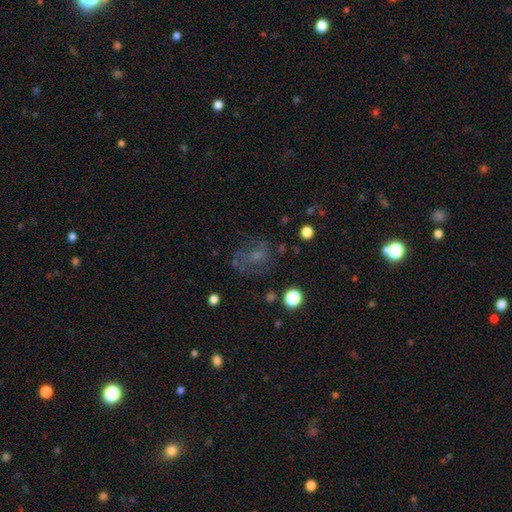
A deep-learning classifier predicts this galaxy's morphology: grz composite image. It shows a featured or disk galaxy (39%). Merging: none (55%).